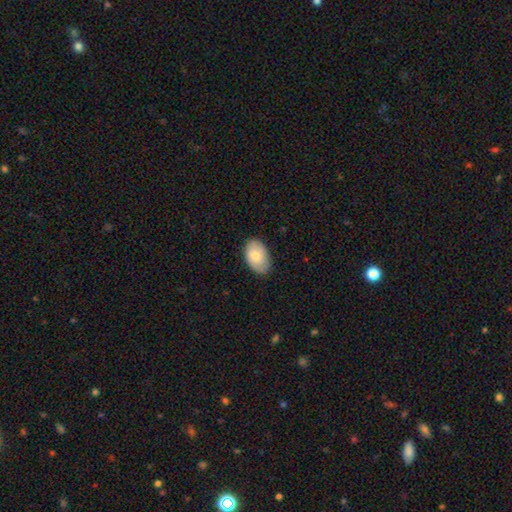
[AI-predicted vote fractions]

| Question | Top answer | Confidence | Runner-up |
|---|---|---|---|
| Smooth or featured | smooth | 75% | featured or disk (20%) |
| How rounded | in between | 91% | round (7%) |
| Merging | none | 82% | minor disturbance (15%) |